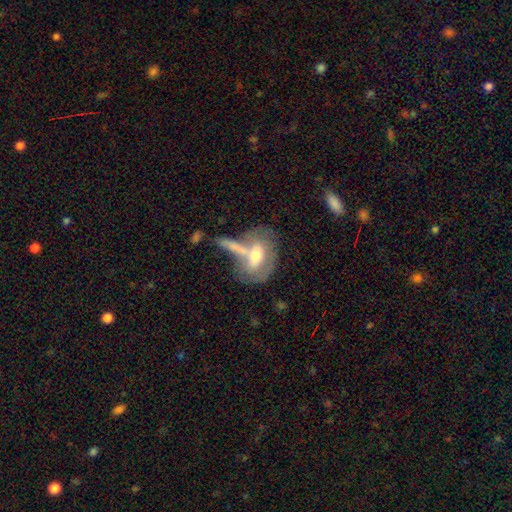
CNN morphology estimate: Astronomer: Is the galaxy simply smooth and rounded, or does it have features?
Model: featured or disk — 55%.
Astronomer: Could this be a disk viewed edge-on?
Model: no — 87%.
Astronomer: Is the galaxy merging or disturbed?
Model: merger — 39% (runner-up: none, 32%).